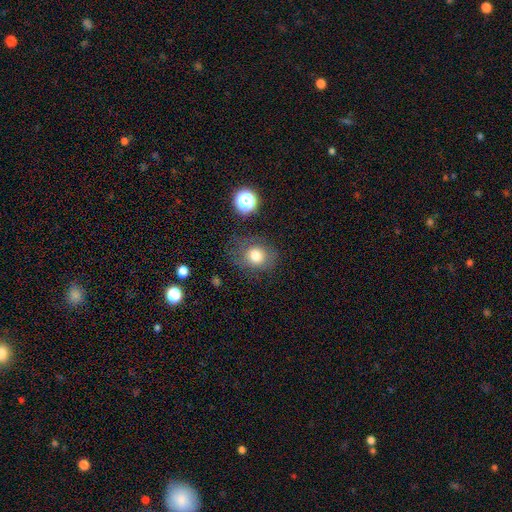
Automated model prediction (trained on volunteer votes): smooth_or_featured: smooth (p=0.78) [alt: star or artifact p=0.11]
how_rounded: round (p=0.65) [alt: in between p=0.34]
merging: none (p=0.69) [alt: minor disturbance p=0.18]